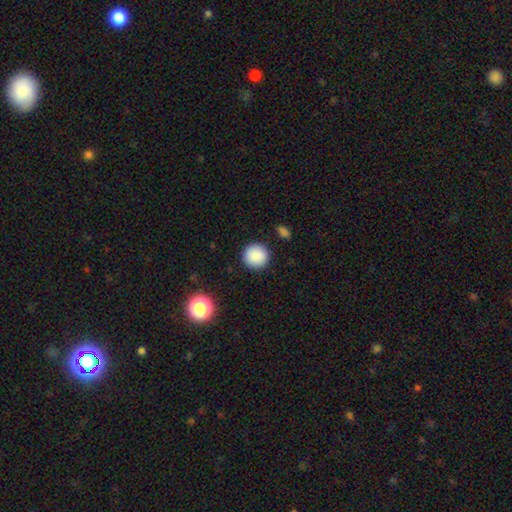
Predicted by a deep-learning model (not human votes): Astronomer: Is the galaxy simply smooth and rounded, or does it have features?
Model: smooth — 88%.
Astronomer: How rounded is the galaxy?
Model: round — 95%.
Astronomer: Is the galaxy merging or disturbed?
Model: none — 91%.